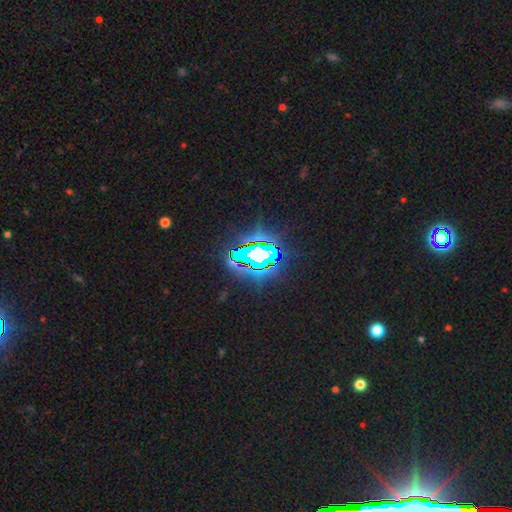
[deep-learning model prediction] star or artifact 71%, featured or disk 15%, smooth 14%.